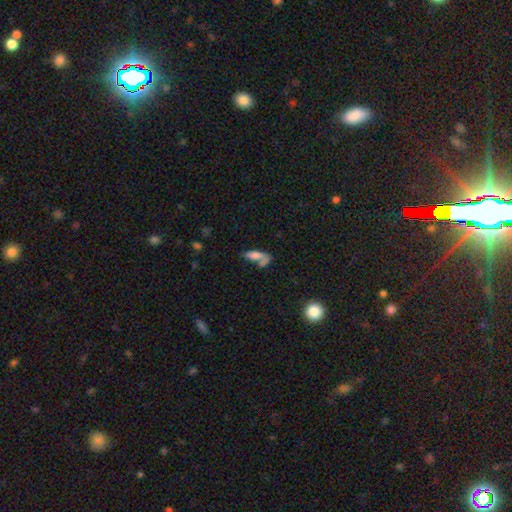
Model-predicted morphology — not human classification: A smooth galaxy with no disk features (69%) that is in between round and cigar-shaped (67%).

Vote fractions:
- Smooth or featured? smooth: 69% / featured or disk: 21% / star or artifact: 10%
- How rounded? in between: 67% / cigar-shaped: 29% / round: 4%
- Merging? merger: 39% / none: 34% / minor disturbance: 14% / major disturbance: 13%